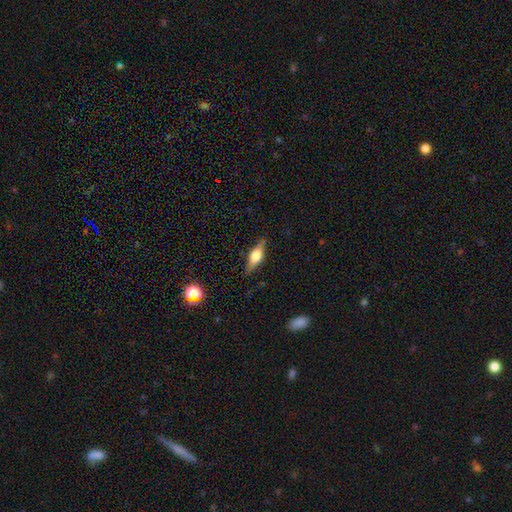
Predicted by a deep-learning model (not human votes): smooth-or-featured: featured or disk: 50% | smooth: 44% | star or artifact: 7%
  merging: none: 85% | minor disturbance: 11% | major disturbance: 3% | merger: 1%